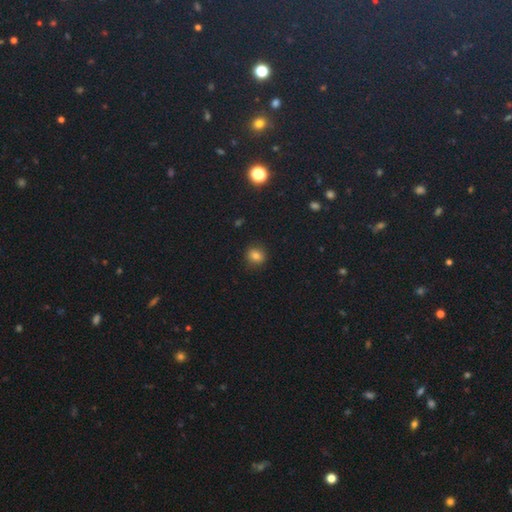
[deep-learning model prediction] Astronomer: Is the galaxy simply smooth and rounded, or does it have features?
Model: smooth — 78%.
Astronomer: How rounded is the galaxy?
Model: round — 81%.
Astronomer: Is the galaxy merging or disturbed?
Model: none — 87%.